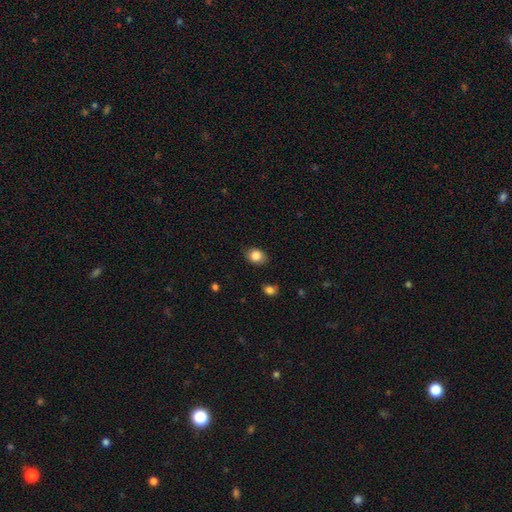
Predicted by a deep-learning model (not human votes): smooth_or_featured: smooth (p=0.84) [alt: star or artifact p=0.09]
how_rounded: in between (p=0.57) [alt: round p=0.41]
merging: none (p=0.79) [alt: minor disturbance p=0.16]